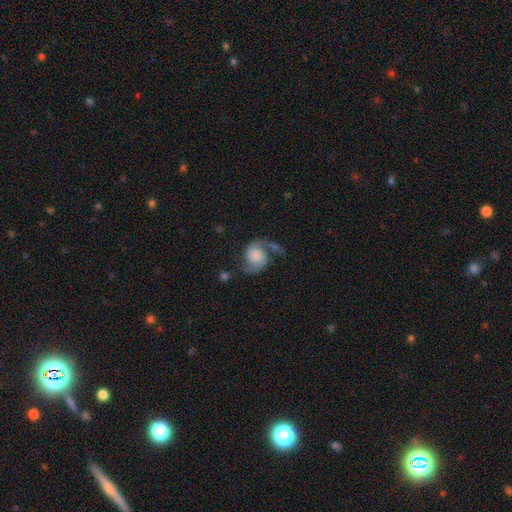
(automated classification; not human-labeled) Smooth or featured?
  - featured or disk: 80% *
  - smooth: 14%
  - star or artifact: 6%
Edge-on disk?
  - no: 98% *
  - yes: 2%
Bar?
  - no: 71% *
  - weak: 24%
  - strong: 5%
Spiral arms?
  - yes: 96% *
  - no: 4%
Spiral winding?
  - loose: 51% *
  - medium: 37%
  - tight: 12%
Spiral arm count?
  - 2: 90% *
  - 1: 5%
  - can't tell: 2%
  - 3: 1%
  - 4: 1%
  - more than 4: 1%
Bulge size?
  - large: 28% *
  - none: 23%
  - moderate: 21%
  - small: 17%
  - dominant: 11%
Merging?
  - none: 57% *
  - minor disturbance: 20%
  - major disturbance: 16%
  - merger: 7%